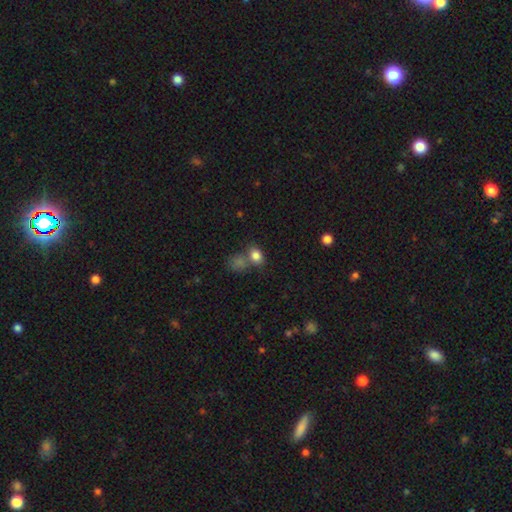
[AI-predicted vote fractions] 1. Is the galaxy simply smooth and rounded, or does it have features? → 82% smooth, 11% star or artifact, 7% featured or disk.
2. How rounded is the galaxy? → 65% in between, 34% round, 1% cigar-shaped.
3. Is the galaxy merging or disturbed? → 52% none, 30% merger, 13% minor disturbance, 5% major disturbance.